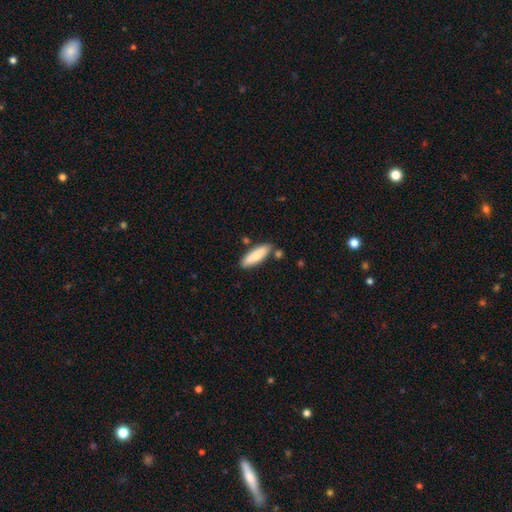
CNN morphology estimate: Smooth or featured? smooth (84%)
How rounded? cigar-shaped (56%)
Merging? none (80%)